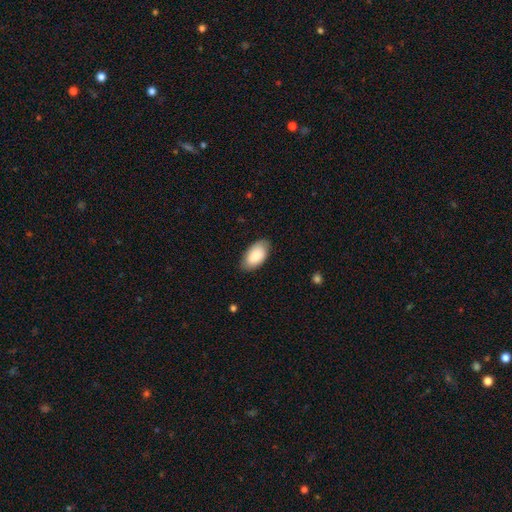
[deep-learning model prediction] Q: Smooth or featured?
A: smooth (87%); runner-up: featured or disk (8%)
Q: How rounded?
A: in between (96%); runner-up: round (3%)
Q: Merging?
A: none (82%); runner-up: minor disturbance (15%)